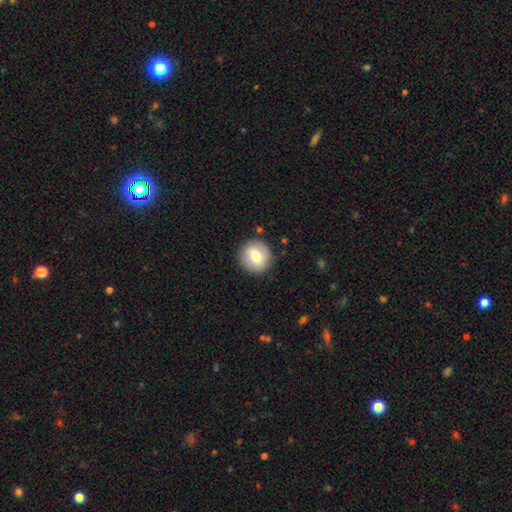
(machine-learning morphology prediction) smooth-or-featured: smooth: 74% | featured or disk: 18% | star or artifact: 8%
  how-rounded: round: 92% | in between: 7% | cigar-shaped: 1%
  merging: none: 89% | minor disturbance: 7% | major disturbance: 2% | merger: 2%